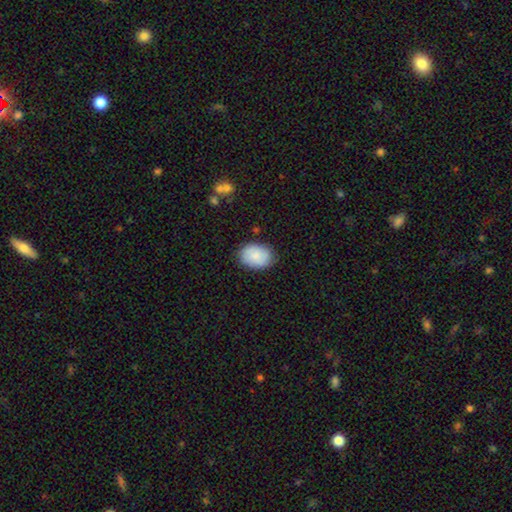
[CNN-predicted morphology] Smooth or featured? smooth (82%)
How rounded? in between (77%)
Merging? none (81%)